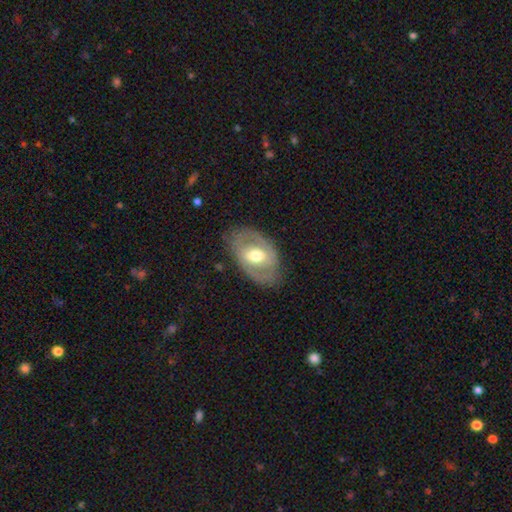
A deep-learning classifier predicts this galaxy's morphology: Q: Smooth or featured?
A: featured or disk (65%); runner-up: smooth (29%)
Q: Edge-on disk?
A: no (93%); runner-up: yes (7%)
Q: Bar?
A: weak (42%); runner-up: no (35%)
Q: Spiral arms?
A: yes (53%); runner-up: no (47%)
Q: Bulge size?
A: moderate (71%); runner-up: large (16%)
Q: Merging?
A: none (76%); runner-up: minor disturbance (16%)